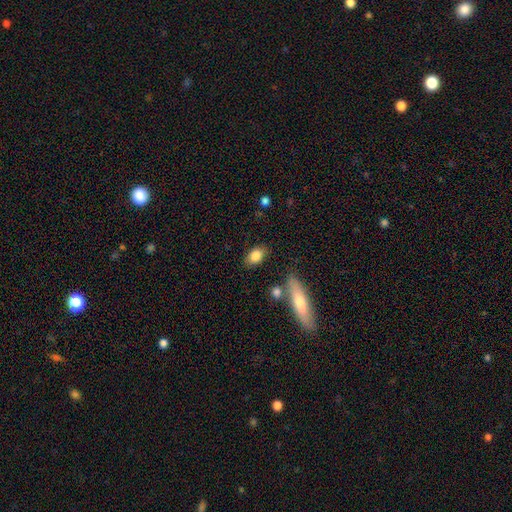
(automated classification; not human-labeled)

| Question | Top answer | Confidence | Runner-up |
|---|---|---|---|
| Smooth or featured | smooth | 82% | featured or disk (11%) |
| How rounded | in between | 86% | round (11%) |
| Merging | none | 80% | minor disturbance (12%) |